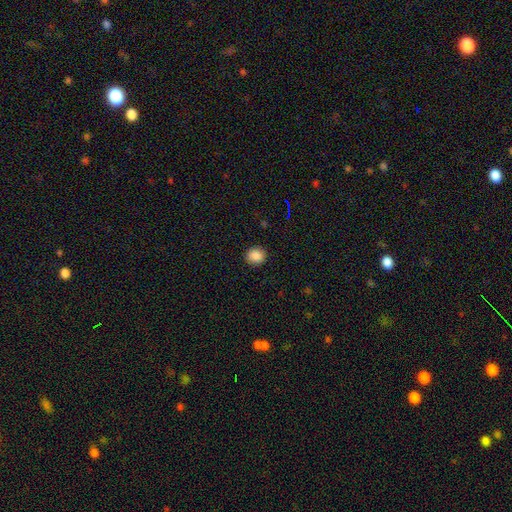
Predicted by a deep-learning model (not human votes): A smooth galaxy with no disk features (87%) that is round (85%). Merging: none (91%).